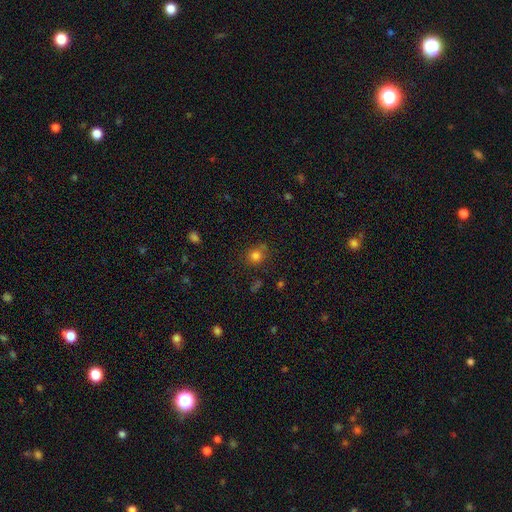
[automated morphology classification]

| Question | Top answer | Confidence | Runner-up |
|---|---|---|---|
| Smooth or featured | smooth | 79% | star or artifact (14%) |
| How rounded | round | 82% | in between (17%) |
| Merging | none | 73% | minor disturbance (16%) |